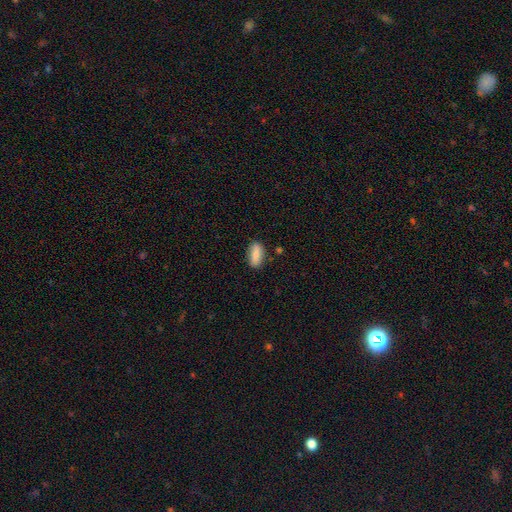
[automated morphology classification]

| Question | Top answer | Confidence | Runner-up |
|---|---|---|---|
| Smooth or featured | smooth | 80% | featured or disk (13%) |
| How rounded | in between | 77% | cigar-shaped (20%) |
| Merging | none | 84% | minor disturbance (11%) |